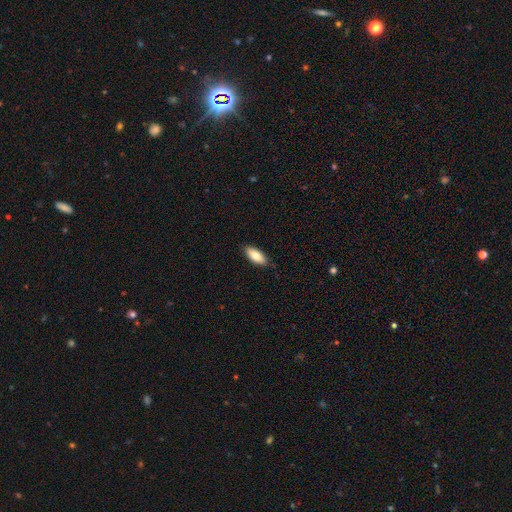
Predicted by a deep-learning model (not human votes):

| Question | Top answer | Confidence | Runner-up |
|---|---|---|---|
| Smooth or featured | smooth | 81% | featured or disk (13%) |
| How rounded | in between | 83% | cigar-shaped (15%) |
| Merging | none | 85% | minor disturbance (12%) |